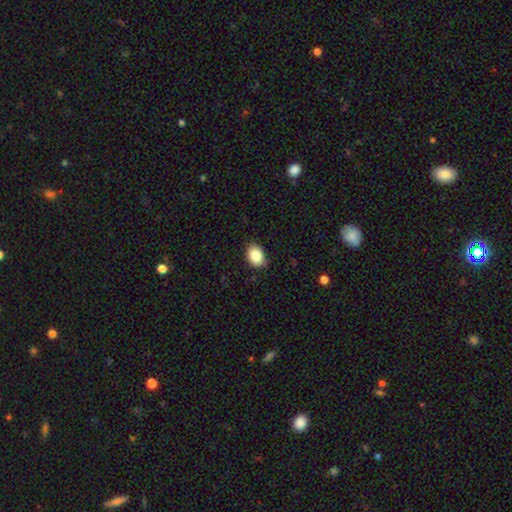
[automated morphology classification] Smooth or featured? smooth (85%)
How rounded? in between (70%)
Merging? none (83%)